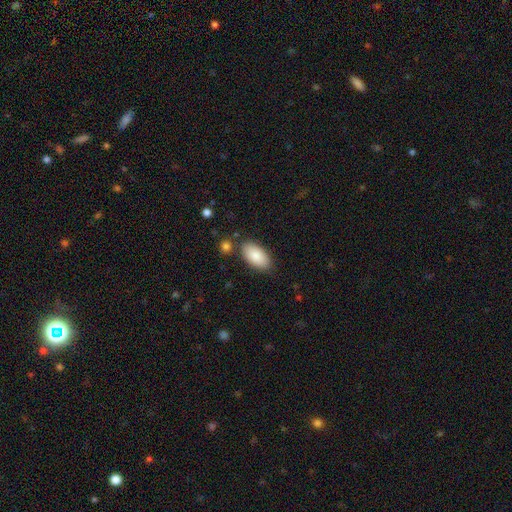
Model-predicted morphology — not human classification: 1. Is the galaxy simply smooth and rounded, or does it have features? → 87% smooth, 7% featured or disk, 6% star or artifact.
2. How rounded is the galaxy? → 95% in between, 3% cigar-shaped, 2% round.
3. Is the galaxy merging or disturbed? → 81% none, 12% minor disturbance, 4% merger, 3% major disturbance.